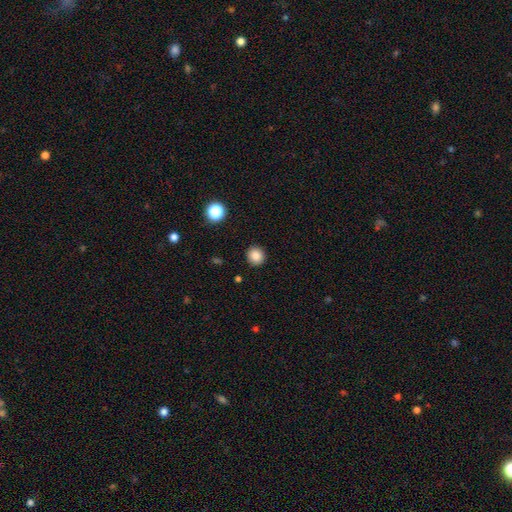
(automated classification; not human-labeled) Q: Smooth or featured?
A: smooth (85%); runner-up: star or artifact (11%)
Q: How rounded?
A: round (91%); runner-up: in between (8%)
Q: Merging?
A: none (92%); runner-up: minor disturbance (5%)